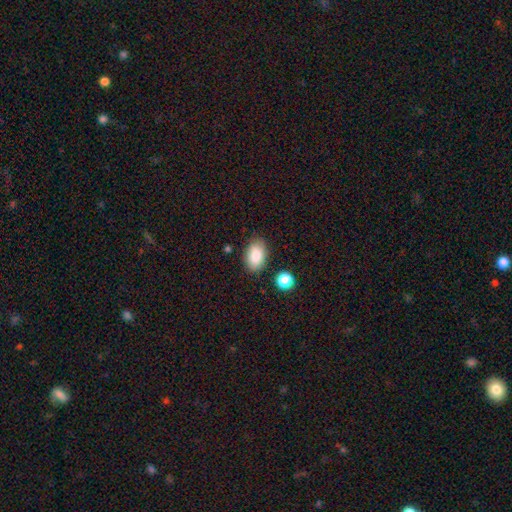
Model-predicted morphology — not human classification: type=smooth (86%); roundness=in between (92%); merging=none (82%).